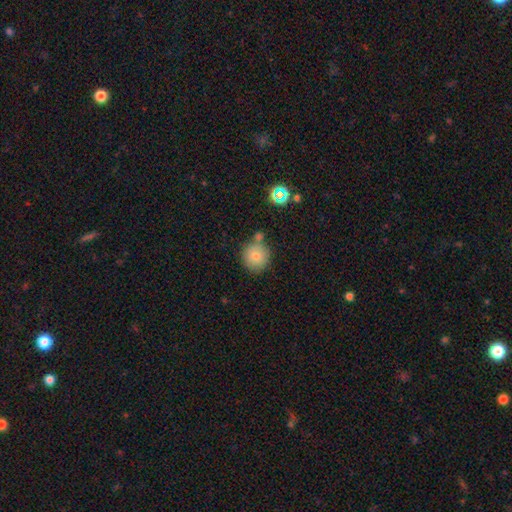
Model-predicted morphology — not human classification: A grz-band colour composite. It shows a smooth galaxy with no disk features (79%) that is round (94%). Merging: none (69%).